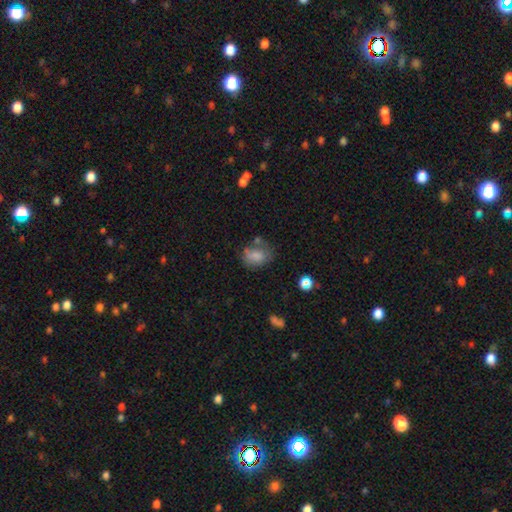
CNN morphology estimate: Smooth or featured: smooth — 74% (featured or disk — 16%)
How rounded: in between — 61% (round — 38%)
Merging: none — 49% (minor disturbance — 26%)